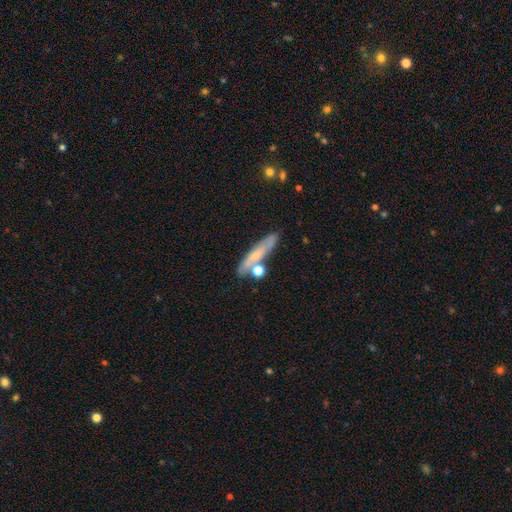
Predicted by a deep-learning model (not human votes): smooth 54%, featured or disk 38%, star or artifact 9%. Down the decision tree: how rounded — cigar-shaped (80%); merging — none (68%).